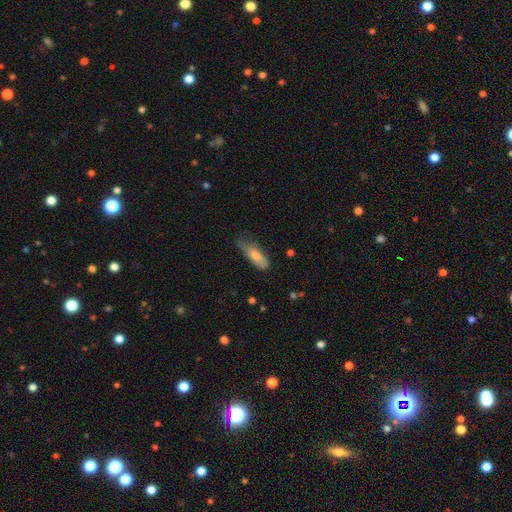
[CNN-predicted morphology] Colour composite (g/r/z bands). It shows a smooth galaxy with no disk features (69%) that is in between round and cigar-shaped (64%). Merging: none (47%).